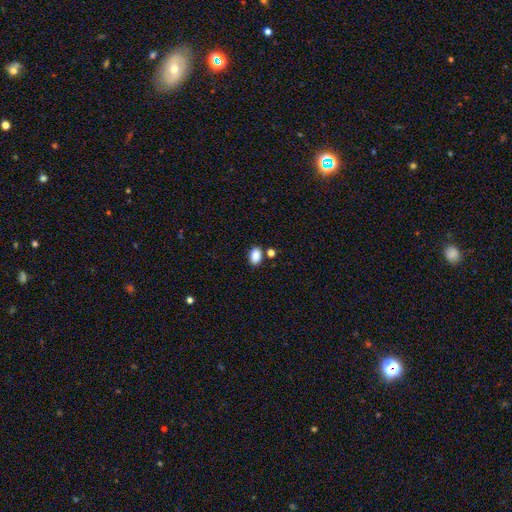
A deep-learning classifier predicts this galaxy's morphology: Smooth or featured? smooth (88%)
How rounded? in between (82%)
Merging? none (78%)